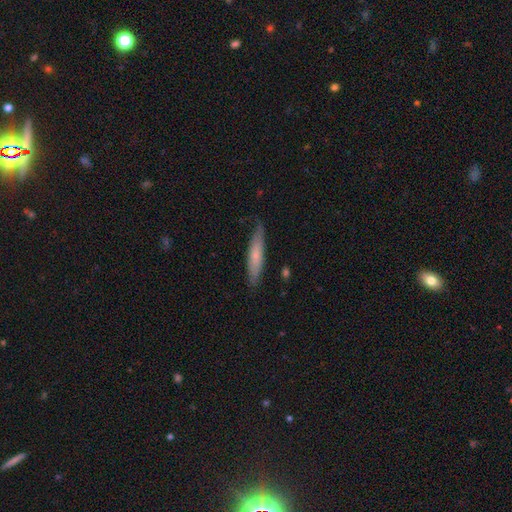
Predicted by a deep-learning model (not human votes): This is likely a smooth galaxy (65%). How rounded: clearly cigar-shaped (87%). Merging: likely none (80%).